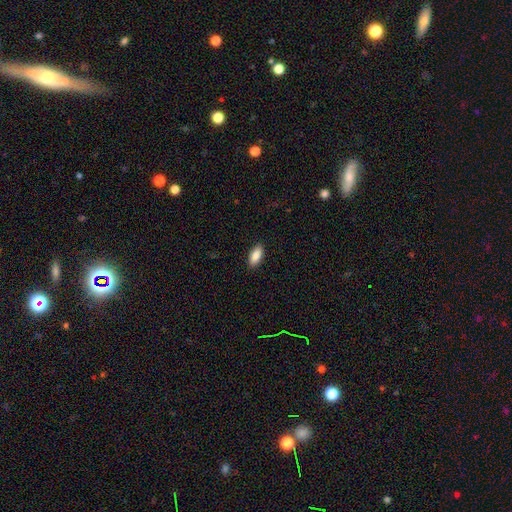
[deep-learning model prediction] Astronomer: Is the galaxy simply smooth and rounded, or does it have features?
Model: smooth — 89%.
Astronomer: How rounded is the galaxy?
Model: in between — 90%.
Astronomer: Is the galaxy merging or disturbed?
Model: none — 90%.